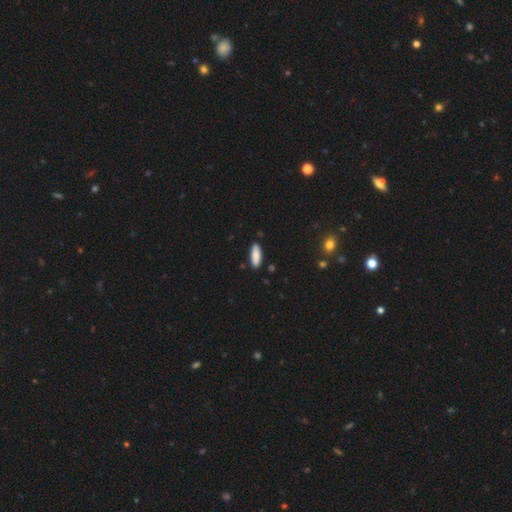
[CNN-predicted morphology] This is clearly a smooth galaxy (88%). How rounded: possibly in between (58%). Merging: clearly none (87%).